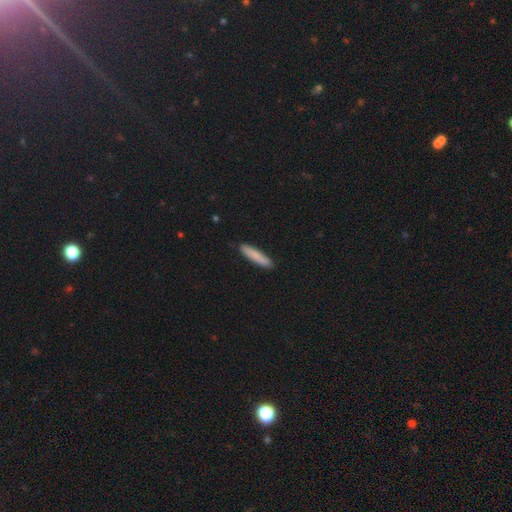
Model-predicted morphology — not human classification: smooth-or-featured: smooth: 85% | featured or disk: 9% | star or artifact: 6%
  how-rounded: cigar-shaped: 89% | in between: 10% | round: 1%
  merging: none: 89% | minor disturbance: 8% | major disturbance: 1% | merger: 1%